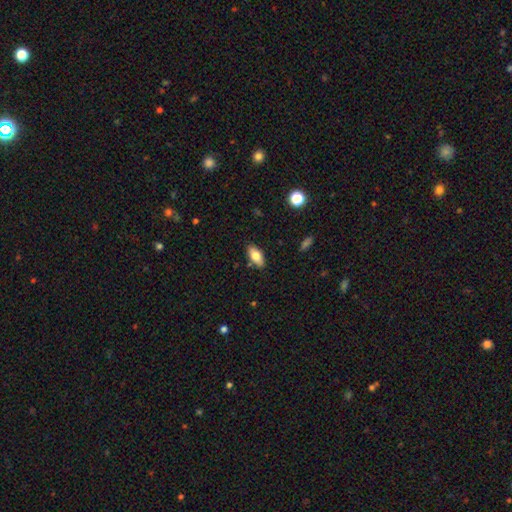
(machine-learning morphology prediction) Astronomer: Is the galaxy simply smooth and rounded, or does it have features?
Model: smooth — 77%.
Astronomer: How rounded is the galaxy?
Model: in between — 88%.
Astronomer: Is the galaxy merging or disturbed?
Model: none — 85%.